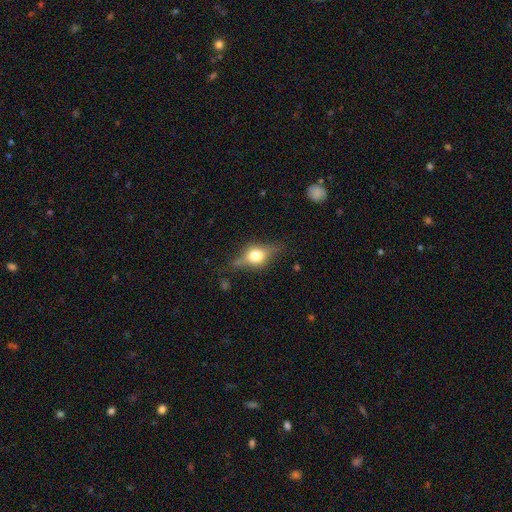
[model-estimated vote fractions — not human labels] Q: Smooth or featured?
A: featured or disk (50%); runner-up: smooth (40%)
Q: Edge-on disk?
A: yes (88%); runner-up: no (12%)
Q: Merging?
A: none (72%); runner-up: minor disturbance (19%)